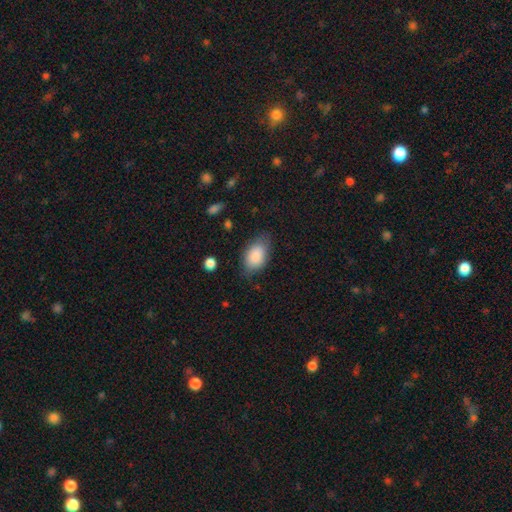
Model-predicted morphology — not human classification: This appears to be a smooth galaxy with no disk features (87%) that is in between round and cigar-shaped (90%). Merging: none (69%).